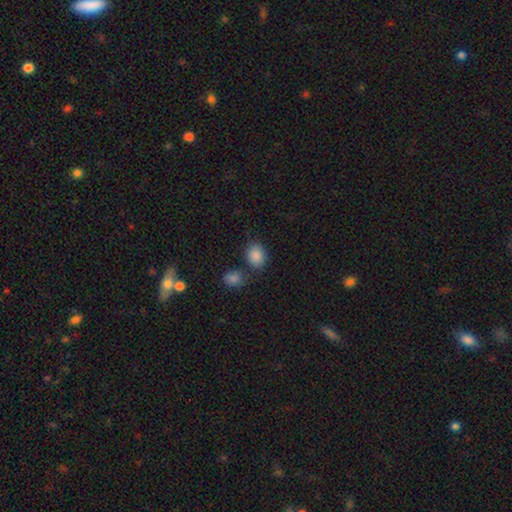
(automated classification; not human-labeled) smooth-or-featured: smooth: 87% | star or artifact: 9% | featured or disk: 4%
  how-rounded: in between: 57% | round: 42% | cigar-shaped: 1%
  merging: none: 69% | merger: 13% | minor disturbance: 13% | major disturbance: 4%